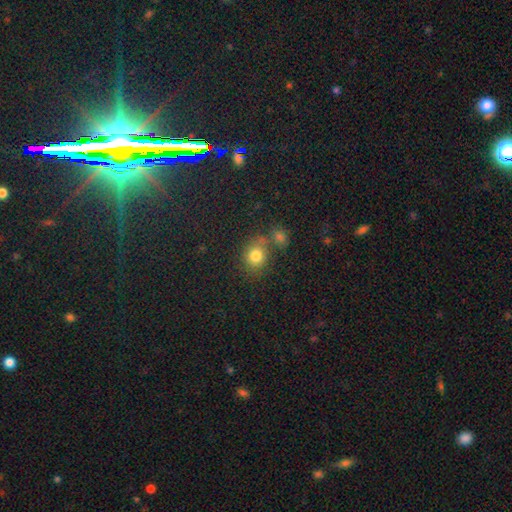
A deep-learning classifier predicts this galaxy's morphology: type=smooth (79%); roundness=round (75%); merging=none (59%).